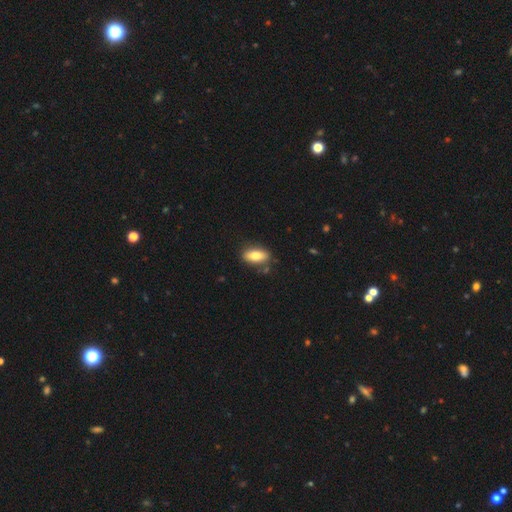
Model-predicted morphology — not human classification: A smooth galaxy with no disk features (77%) that is in between round and cigar-shaped (87%). Merging: none (80%).